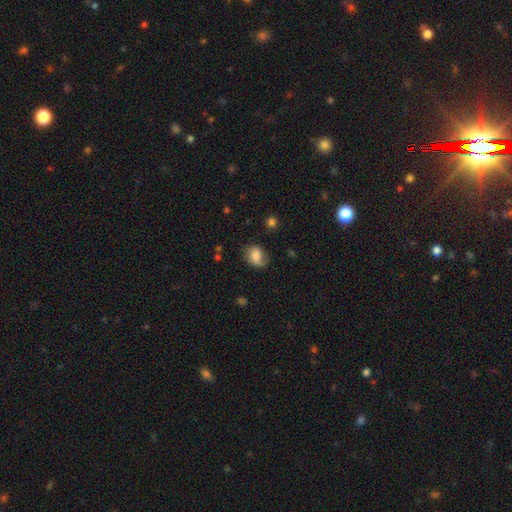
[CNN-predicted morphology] Smooth or featured? smooth (66%)
How rounded? in between (58%)
Merging? none (58%)